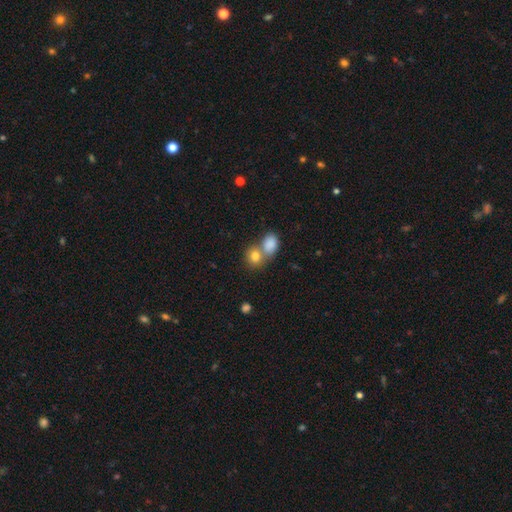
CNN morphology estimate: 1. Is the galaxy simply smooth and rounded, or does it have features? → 80% smooth, 11% star or artifact, 9% featured or disk.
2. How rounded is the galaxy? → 62% round, 37% in between, 1% cigar-shaped.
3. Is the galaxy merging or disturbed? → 53% merger, 37% none, 7% minor disturbance, 3% major disturbance.